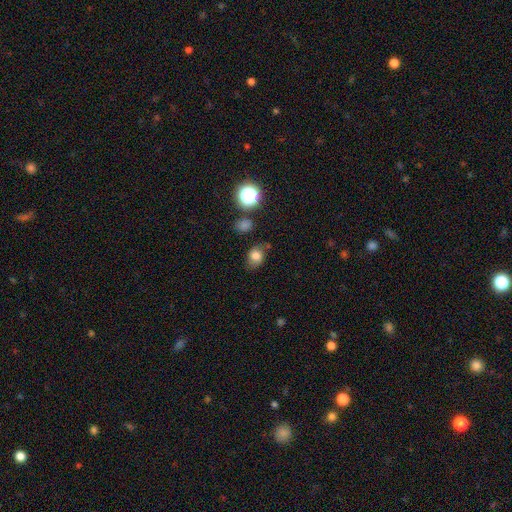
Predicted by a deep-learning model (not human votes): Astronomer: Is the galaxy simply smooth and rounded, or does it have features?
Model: smooth — 76%.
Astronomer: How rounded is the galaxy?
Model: in between — 51% (runner-up: round, 48%).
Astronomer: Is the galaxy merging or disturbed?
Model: none — 68%.